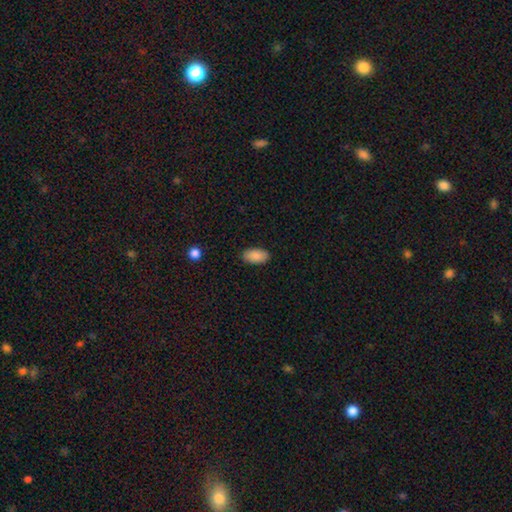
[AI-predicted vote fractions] This is clearly a smooth galaxy (88%). How rounded: clearly in between (95%). Merging: clearly none (87%).